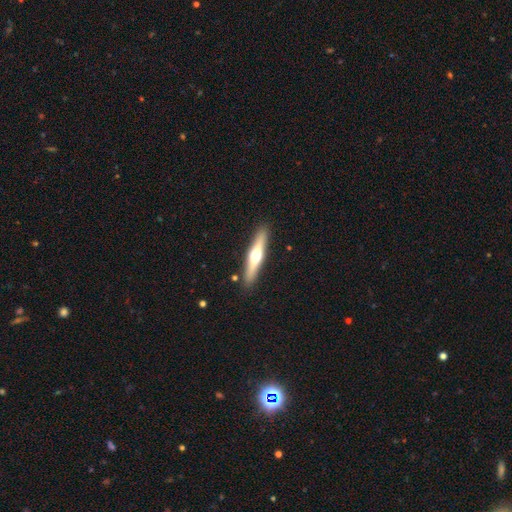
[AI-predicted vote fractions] Smooth or featured: featured or disk — 59% (smooth — 35%)
Edge-on disk: yes — 96% (no — 4%)
Edge-on bulge: rounded — 94% (none — 3%)
Merging: none — 90% (minor disturbance — 7%)